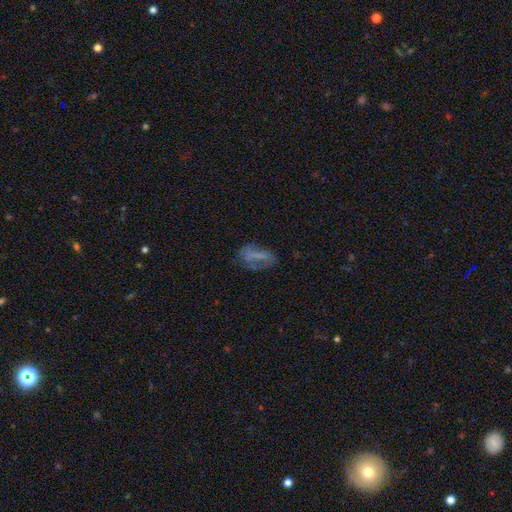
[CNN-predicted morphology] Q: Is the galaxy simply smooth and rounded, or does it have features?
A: smooth — 51%.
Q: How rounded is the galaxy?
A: in between — 76%.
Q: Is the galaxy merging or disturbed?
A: none — 49%.